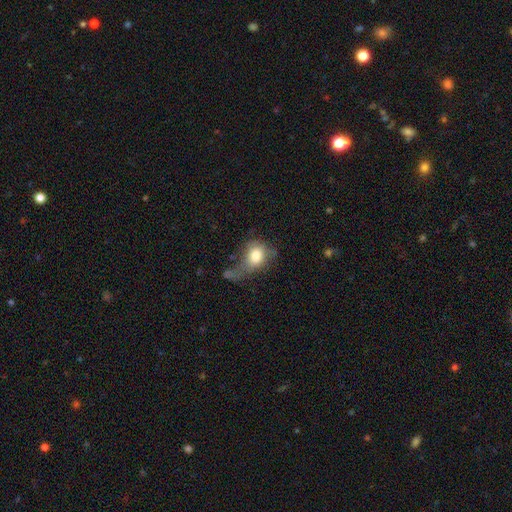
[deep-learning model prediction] This appears to be a smooth galaxy with no disk features (74%) that is in between round and cigar-shaped (52%). Merging: major disturbance (44%).